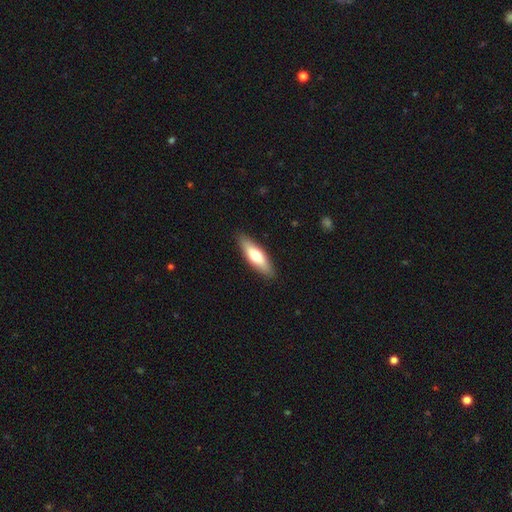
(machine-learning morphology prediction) Smooth or featured? Predicted: smooth (p=0.64). How rounded? Predicted: cigar-shaped (p=0.55). Merging? Predicted: none (p=0.89).